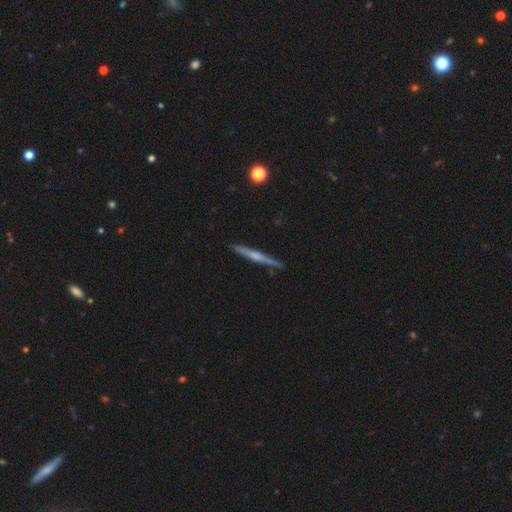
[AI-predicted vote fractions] Smooth or featured? featured or disk (68%)
Edge-on disk? yes (98%)
Edge-on bulge? rounded (70%)
Merging? none (91%)